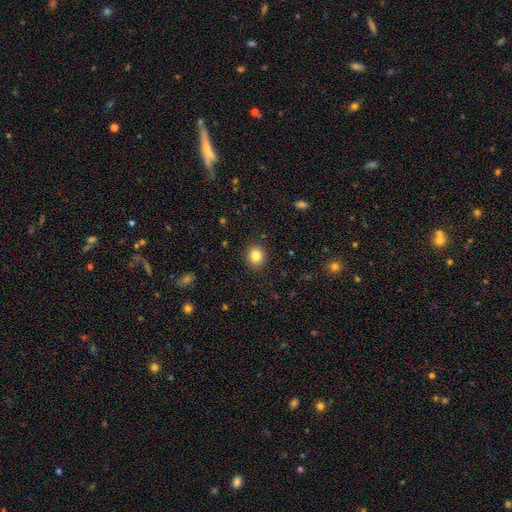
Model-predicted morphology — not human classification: This appears to be a smooth galaxy with no disk features (84%) that is round (74%). Merging: none (89%).